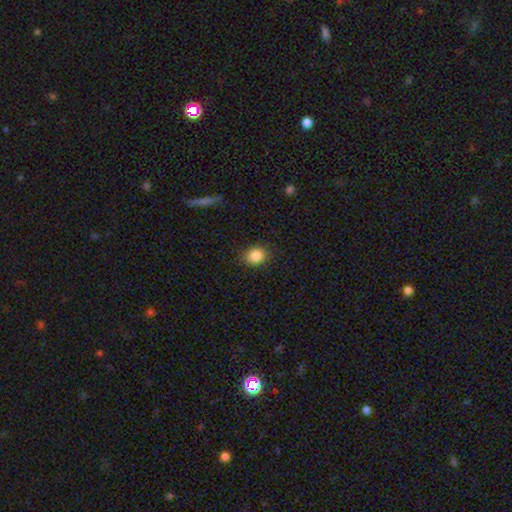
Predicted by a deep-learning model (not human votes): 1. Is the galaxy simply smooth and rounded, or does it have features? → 87% smooth, 10% star or artifact, 4% featured or disk.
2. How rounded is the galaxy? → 63% round, 36% in between, 1% cigar-shaped.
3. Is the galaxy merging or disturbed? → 86% none, 10% minor disturbance, 3% major disturbance, 1% merger.